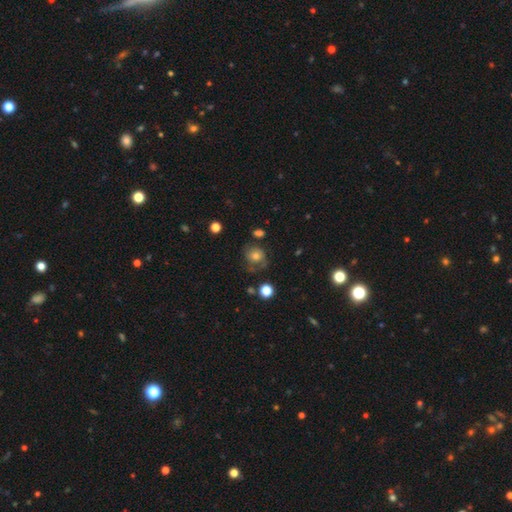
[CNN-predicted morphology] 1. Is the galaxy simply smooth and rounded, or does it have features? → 57% smooth, 30% featured or disk, 13% star or artifact.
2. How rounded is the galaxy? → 75% round, 24% in between, 1% cigar-shaped.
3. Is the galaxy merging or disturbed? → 55% none, 24% minor disturbance, 17% major disturbance, 4% merger.